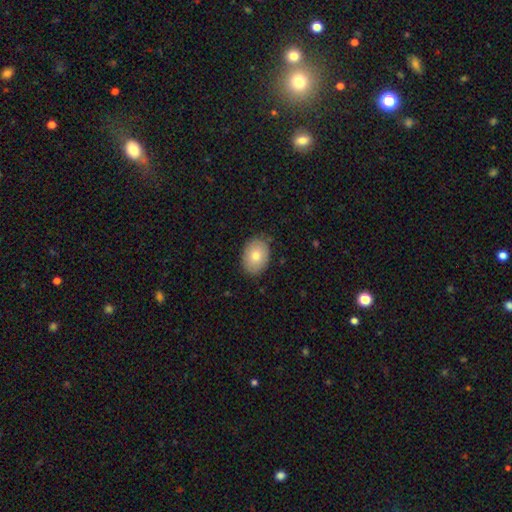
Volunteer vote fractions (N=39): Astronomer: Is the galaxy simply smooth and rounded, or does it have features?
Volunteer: smooth — 64%.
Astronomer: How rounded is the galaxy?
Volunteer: in between — 72%.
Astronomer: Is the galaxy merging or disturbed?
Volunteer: none — 78%.